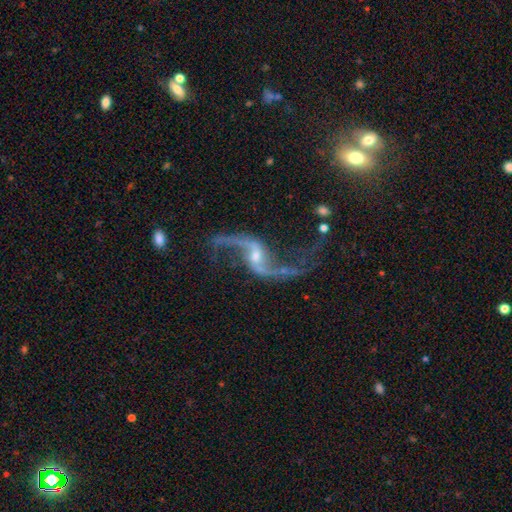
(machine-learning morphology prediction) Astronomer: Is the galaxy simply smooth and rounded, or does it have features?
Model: featured or disk — 93%.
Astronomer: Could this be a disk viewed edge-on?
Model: no — 96%.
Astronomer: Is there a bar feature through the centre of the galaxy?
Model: weak — 41% (runner-up: no, 35%).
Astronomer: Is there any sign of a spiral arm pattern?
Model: yes — 98%.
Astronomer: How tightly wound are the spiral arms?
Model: loose — 92%.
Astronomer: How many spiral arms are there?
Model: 2 — 95%.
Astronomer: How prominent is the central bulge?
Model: small — 55% (runner-up: moderate, 36%).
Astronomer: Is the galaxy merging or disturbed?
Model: none — 69%.